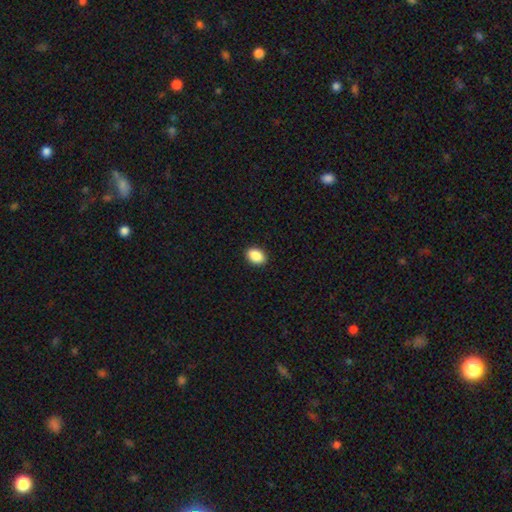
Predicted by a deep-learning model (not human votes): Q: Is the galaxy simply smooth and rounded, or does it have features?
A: smooth — 90%.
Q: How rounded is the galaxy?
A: in between — 80%.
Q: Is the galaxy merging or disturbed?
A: none — 91%.